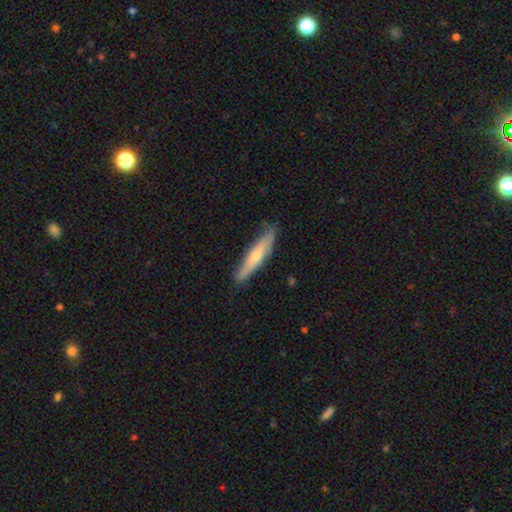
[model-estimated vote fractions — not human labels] This is possibly a smooth galaxy (52%). How rounded: clearly cigar-shaped (88%). Merging: clearly none (83%).